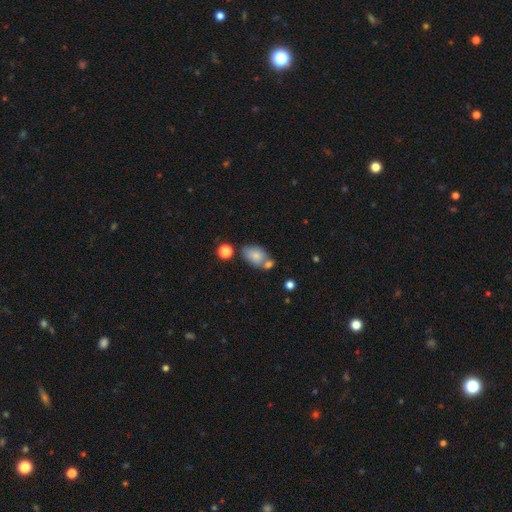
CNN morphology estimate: Q: Smooth or featured?
A: smooth (78%); runner-up: featured or disk (13%)
Q: How rounded?
A: in between (84%); runner-up: round (14%)
Q: Merging?
A: none (51%); runner-up: merger (27%)